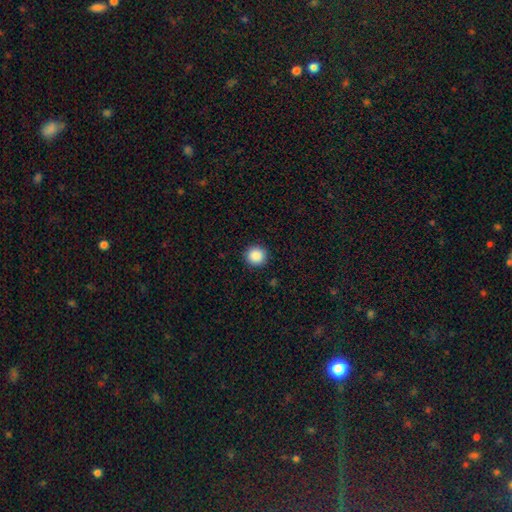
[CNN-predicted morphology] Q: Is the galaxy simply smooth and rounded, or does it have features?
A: smooth — 88%.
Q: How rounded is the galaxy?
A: round — 95%.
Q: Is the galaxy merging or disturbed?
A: none — 92%.